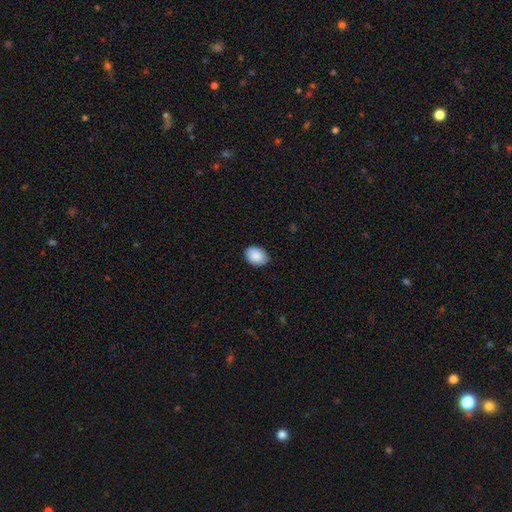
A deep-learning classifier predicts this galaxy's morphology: Smooth or featured? smooth (89%)
How rounded? in between (72%)
Merging? none (85%)